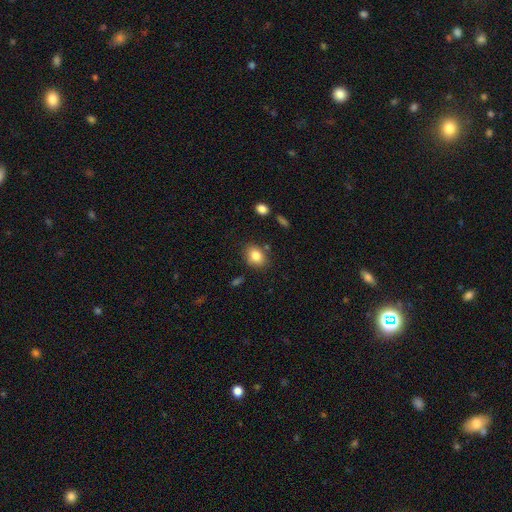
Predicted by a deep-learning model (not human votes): Overall: smooth (83%). How rounded: in between (59%; round 40%). Merging: none (79%).